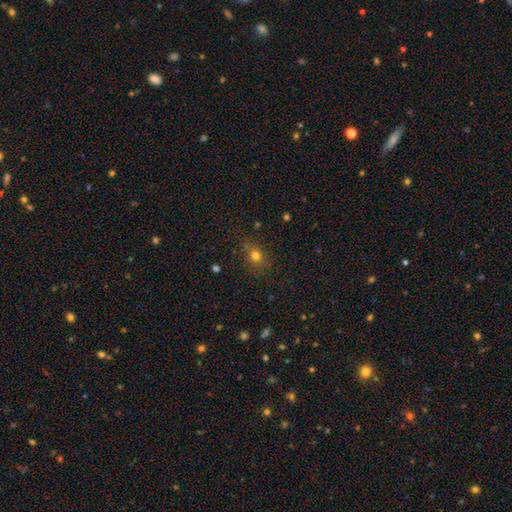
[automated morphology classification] smooth_or_featured: smooth (p=0.73) [alt: star or artifact p=0.18]
how_rounded: round (p=0.62) [alt: in between p=0.36]
merging: none (p=0.77) [alt: minor disturbance p=0.15]